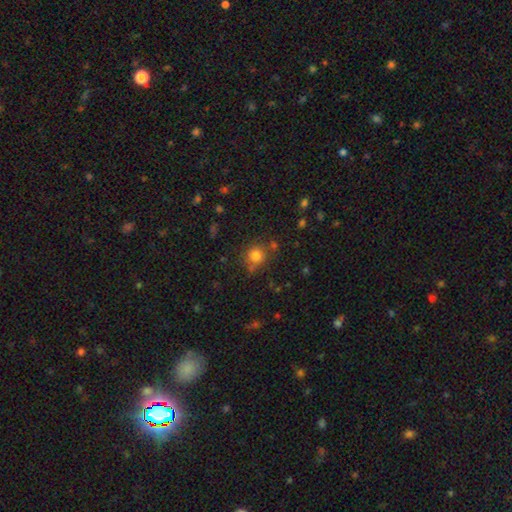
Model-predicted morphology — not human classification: smooth-or-featured: smooth: 80% | star or artifact: 13% | featured or disk: 7%
  how-rounded: round: 83% | in between: 16% | cigar-shaped: 1%
  merging: none: 72% | minor disturbance: 15% | merger: 8% | major disturbance: 5%